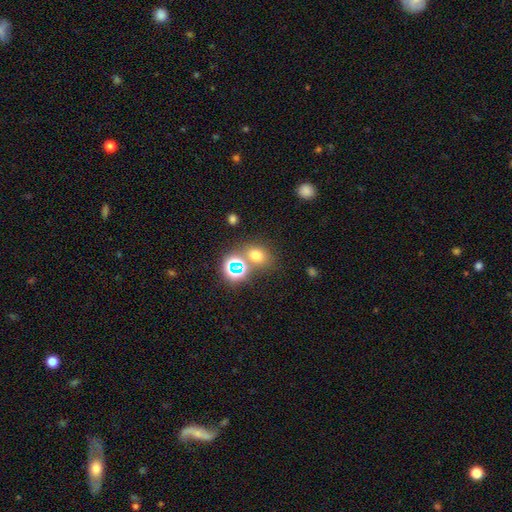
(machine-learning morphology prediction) smooth 63%, star or artifact 28%, featured or disk 9%. Down the decision tree: how rounded — round (58%); merging — none (66%).